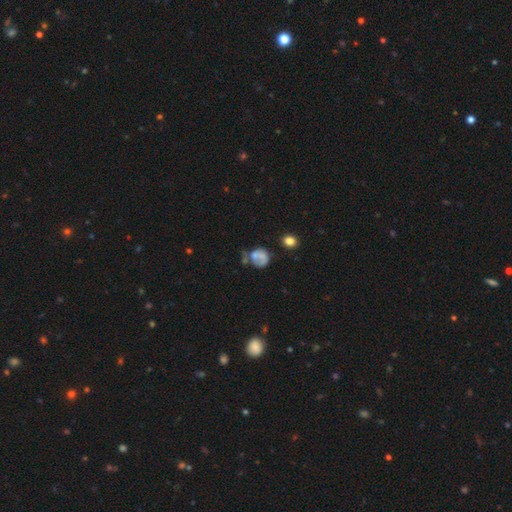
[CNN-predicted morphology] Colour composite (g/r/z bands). It shows a smooth galaxy with no disk features (49%). Merging: none (36%).